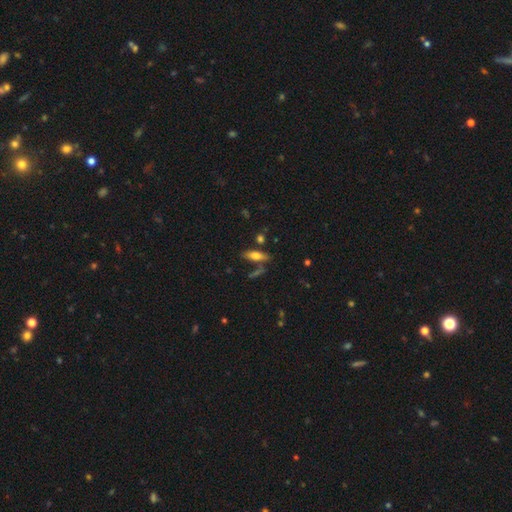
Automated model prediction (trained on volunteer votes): Smooth or featured? smooth (70%)
How rounded? in between (60%)
Merging? none (69%)